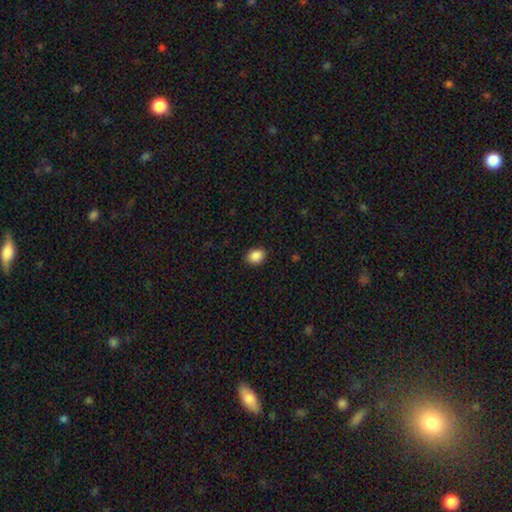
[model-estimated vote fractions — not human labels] This is clearly a smooth galaxy (89%). How rounded: likely in between (66%). Merging: clearly none (89%).